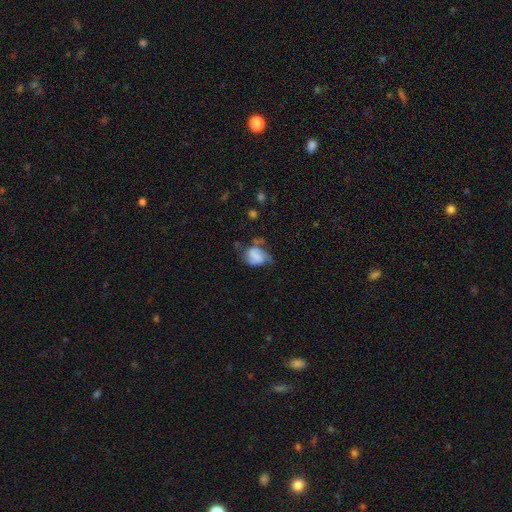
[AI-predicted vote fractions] Smooth or featured: smooth — 52% (featured or disk — 38%)
How rounded: in between — 63% (round — 36%)
Merging: none — 38% (minor disturbance — 33%)